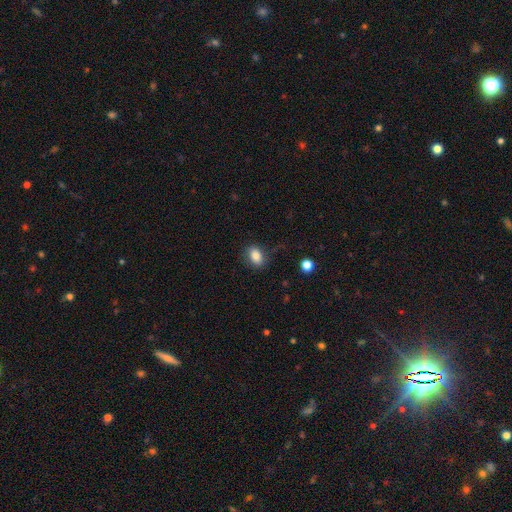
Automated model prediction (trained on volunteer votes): Smooth or featured? Predicted: smooth (p=0.84). How rounded? Predicted: in between (p=0.78). Merging? Predicted: none (p=0.80).